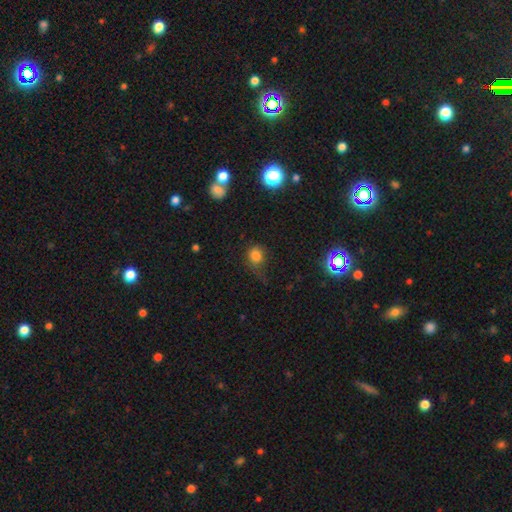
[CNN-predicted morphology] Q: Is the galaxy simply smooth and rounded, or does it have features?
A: smooth — 76%.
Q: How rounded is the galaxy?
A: round — 64%.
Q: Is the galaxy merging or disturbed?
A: none — 50%.